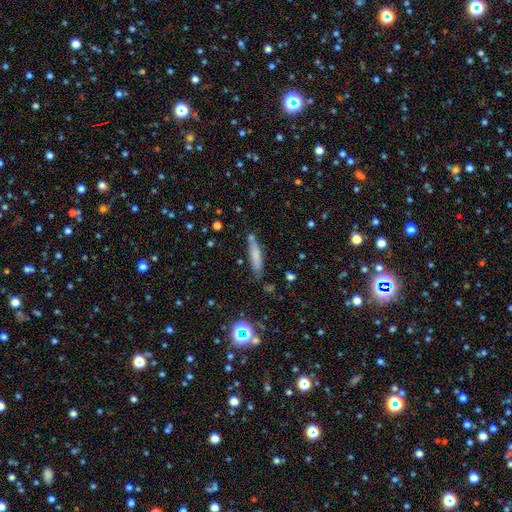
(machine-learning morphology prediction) Smooth or featured?
  - smooth: 73% *
  - featured or disk: 18%
  - star or artifact: 9%
How rounded?
  - cigar-shaped: 81% *
  - in between: 18%
  - round: 2%
Merging?
  - none: 73% *
  - minor disturbance: 17%
  - merger: 6%
  - major disturbance: 4%